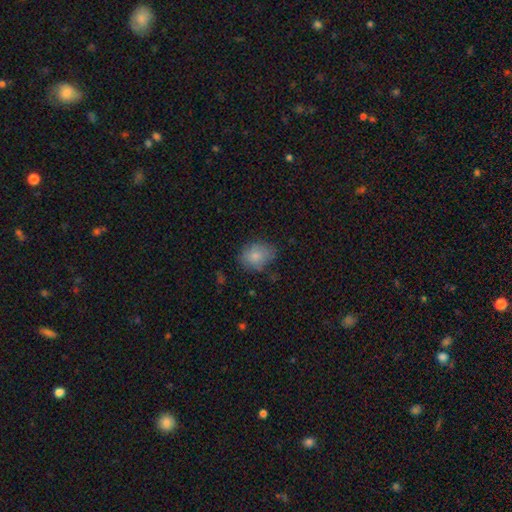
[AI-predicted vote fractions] smooth-or-featured: smooth: 83% | featured or disk: 10% | star or artifact: 8%
  how-rounded: in between: 61% | round: 38% | cigar-shaped: 1%
  merging: none: 69% | minor disturbance: 23% | major disturbance: 6% | merger: 2%